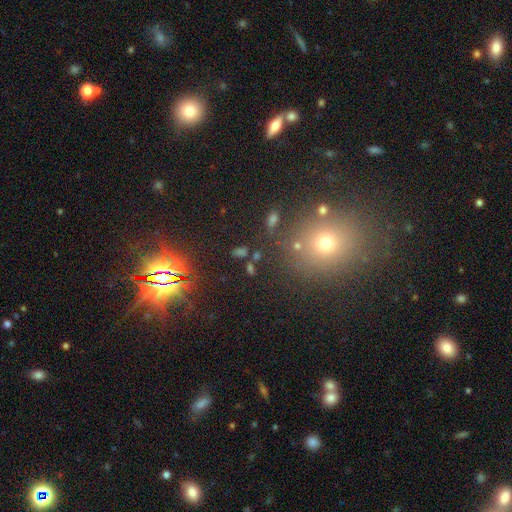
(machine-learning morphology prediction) Smooth or featured?
  - star or artifact: 55% *
  - smooth: 34%
  - featured or disk: 11%